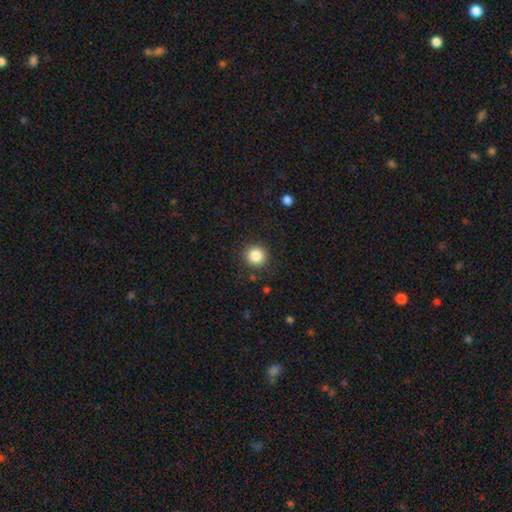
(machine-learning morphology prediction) smooth_or_featured: smooth (p=0.85) [alt: star or artifact p=0.10]
how_rounded: round (p=0.92) [alt: in between p=0.07]
merging: none (p=0.88) [alt: minor disturbance p=0.07]